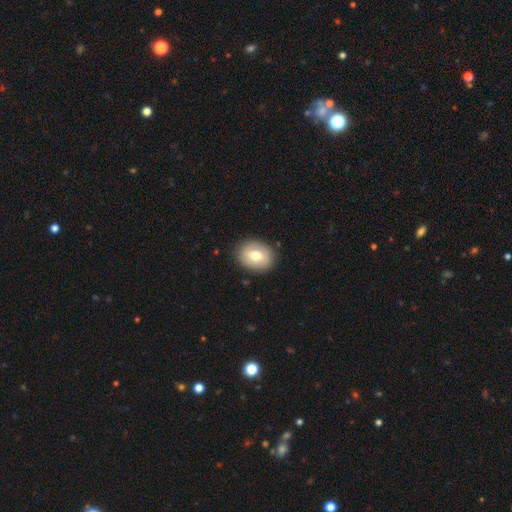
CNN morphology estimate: Smooth or featured: smooth — 66% (featured or disk — 27%)
How rounded: round — 51% (in between — 48%)
Merging: none — 86% (minor disturbance — 10%)